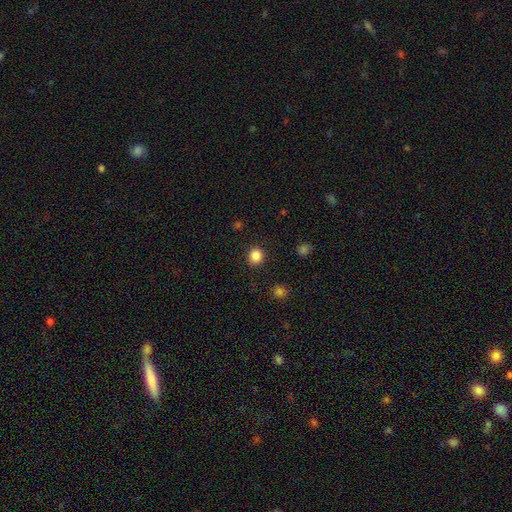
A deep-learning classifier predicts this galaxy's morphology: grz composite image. It shows a smooth galaxy with no disk features (85%) that is round (83%). Merging: none (90%).